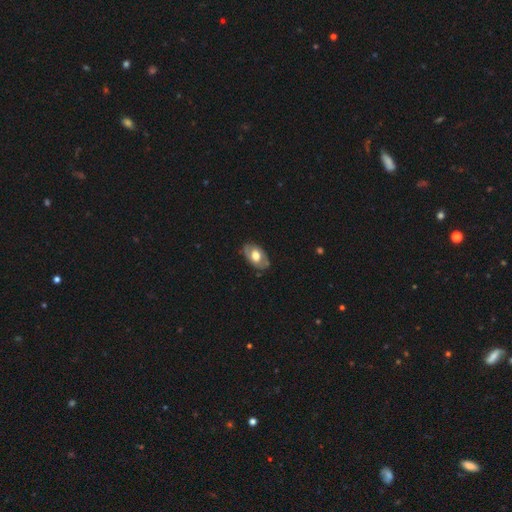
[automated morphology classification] type=smooth (47%, tied with featured or disk); merging=none (77%).